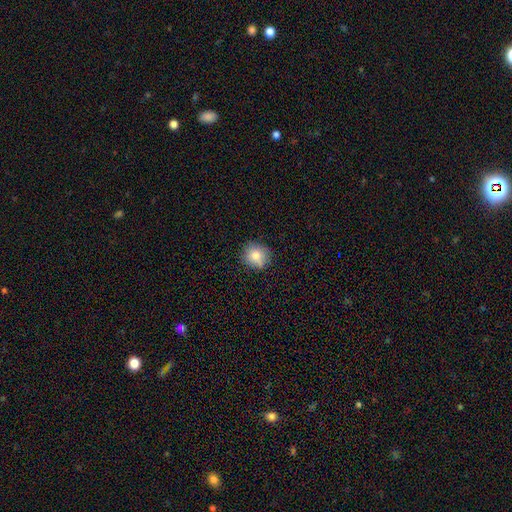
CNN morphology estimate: A smooth galaxy with no disk features (79%) that is round (86%). Merging: none (80%).